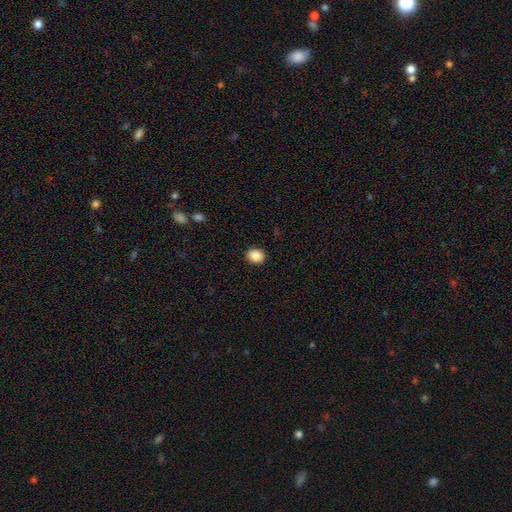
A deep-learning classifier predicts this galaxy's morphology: Overall: smooth (88%). How rounded: round (56%; in between 43%). Merging: none (91%).